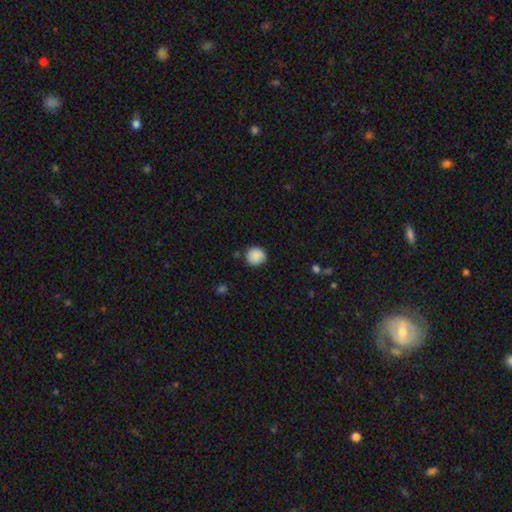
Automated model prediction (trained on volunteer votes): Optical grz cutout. It shows a smooth galaxy with no disk features (87%) that is round (91%). Merging: none (80%).